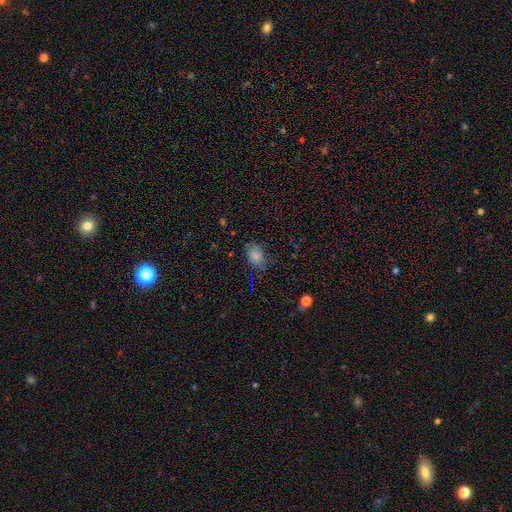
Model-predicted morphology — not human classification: Smooth or featured? smooth (79%)
How rounded? in between (74%)
Merging? none (74%)